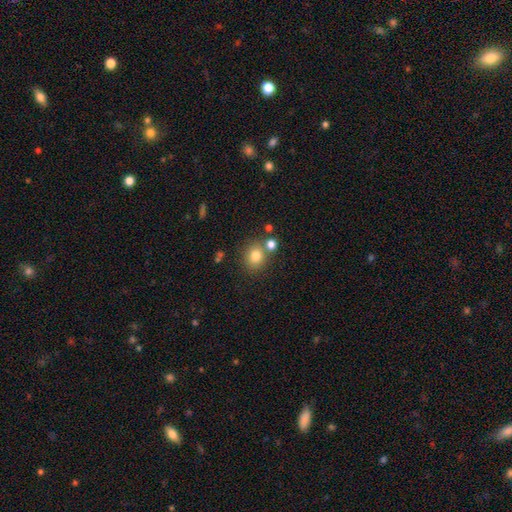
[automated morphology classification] Q: Smooth or featured?
A: smooth (79%); runner-up: star or artifact (12%)
Q: How rounded?
A: round (77%); runner-up: in between (22%)
Q: Merging?
A: none (69%); runner-up: merger (17%)